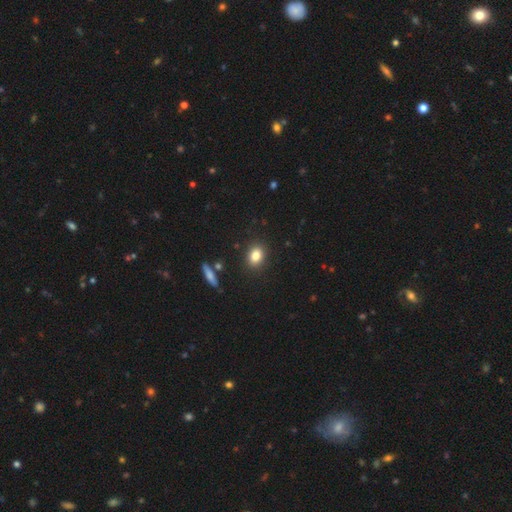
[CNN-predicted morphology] A smooth galaxy with no disk features (82%) that is in between round and cigar-shaped (65%). Merging: none (87%).